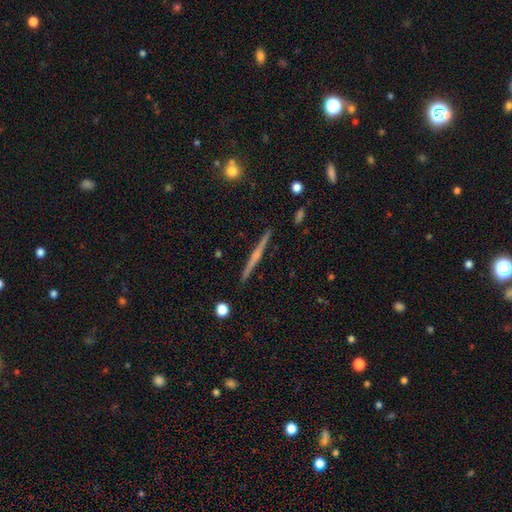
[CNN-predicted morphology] smooth_or_featured: featured or disk (p=0.69) [alt: smooth p=0.25]
disk_edge_on: yes (p=0.98) [alt: no p=0.02]
edge_on_bulge: none (p=0.46) [alt: rounded p=0.44]
merging: none (p=0.92) [alt: minor disturbance p=0.05]